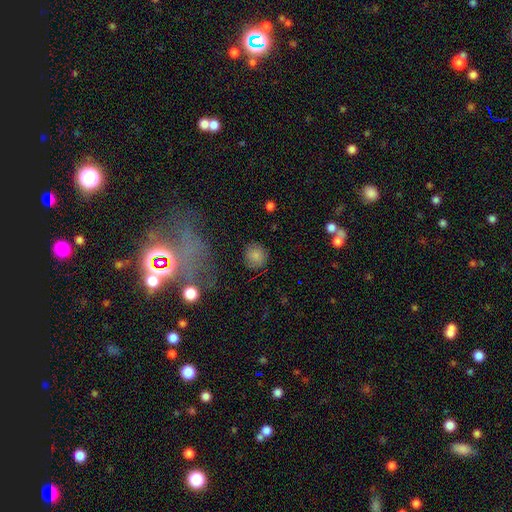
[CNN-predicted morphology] Smooth or featured: smooth — 82% (star or artifact — 10%)
How rounded: round — 90% (in between — 9%)
Merging: none — 84% (minor disturbance — 10%)